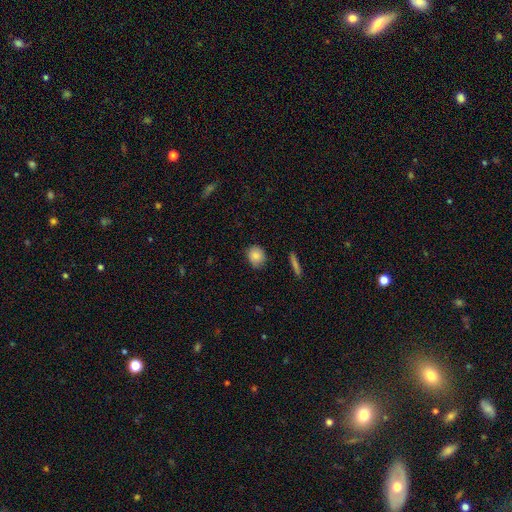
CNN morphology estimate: Smooth or featured? Predicted: smooth (p=0.85). How rounded? Predicted: round (p=0.71). Merging? Predicted: none (p=0.82).